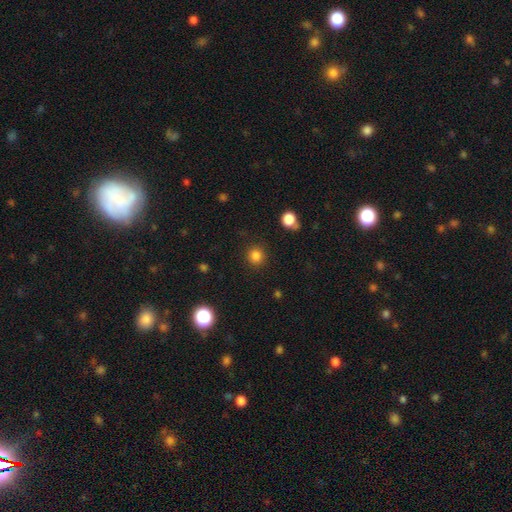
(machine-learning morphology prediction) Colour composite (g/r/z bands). It shows a smooth galaxy with no disk features (83%) that is round (92%). Merging: none (89%).